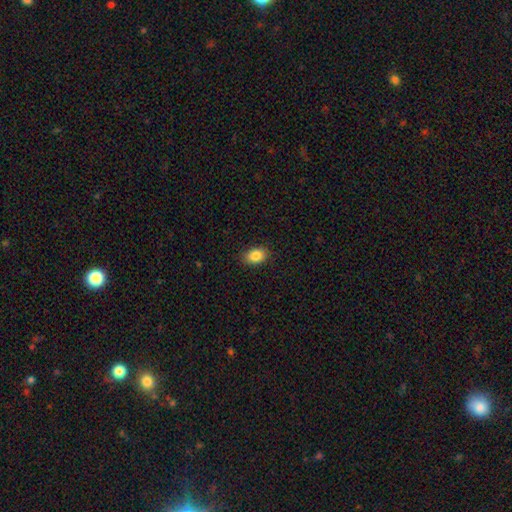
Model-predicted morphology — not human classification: The model was most divided on "how rounded": in between: 81%, round: 18%, cigar-shaped: 1%. More confident: merging — none (88%); smooth or featured — smooth (87%).